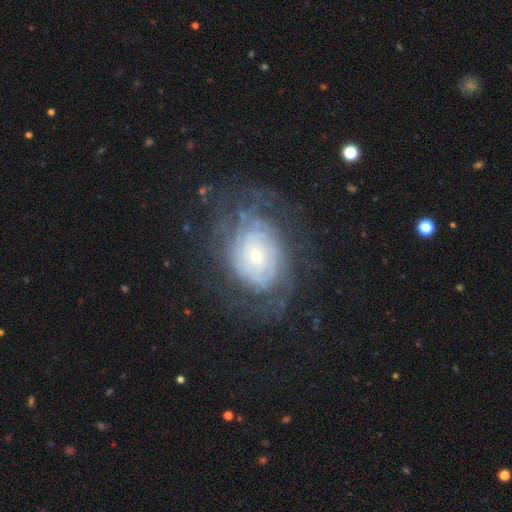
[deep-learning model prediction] Overall: featured or disk (81%). Edge-on disk: no (96%). Bar: no (76%). Spiral arms: yes (92%). Spiral arm count: can't tell (52%; 2 12%). Spiral winding: tight (76%). Bulge size: small (57%; moderate 34%). Merging: none (69%).